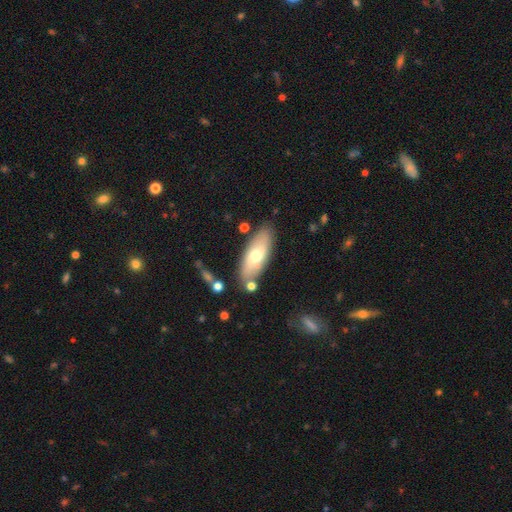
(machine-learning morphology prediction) Overall: smooth (57%; featured or disk 37%). How rounded: in between (73%). Merging: none (80%).